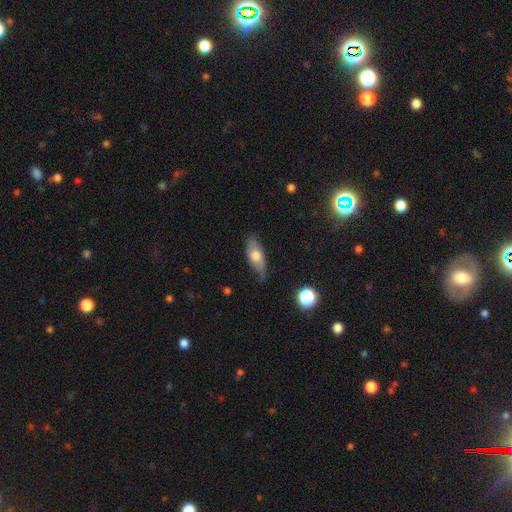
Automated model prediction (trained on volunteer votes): Smooth or featured? Predicted: smooth (p=0.64). How rounded? Predicted: in between (p=0.77). Merging? Predicted: none (p=0.63).